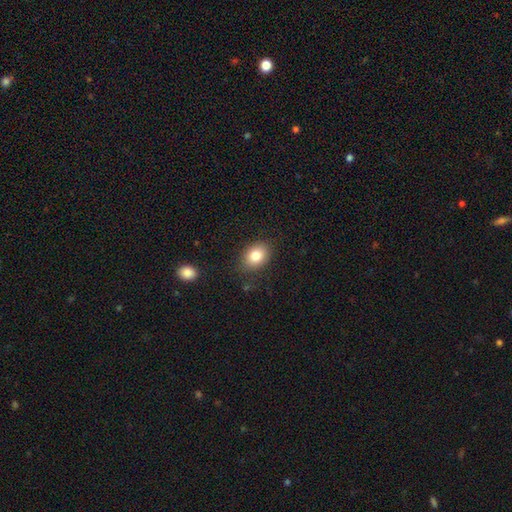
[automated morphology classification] Smooth or featured?
  - smooth: 83% *
  - star or artifact: 9%
  - featured or disk: 9%
How rounded?
  - in between: 68% *
  - round: 31%
  - cigar-shaped: 1%
Merging?
  - none: 83% *
  - minor disturbance: 12%
  - major disturbance: 3%
  - merger: 2%